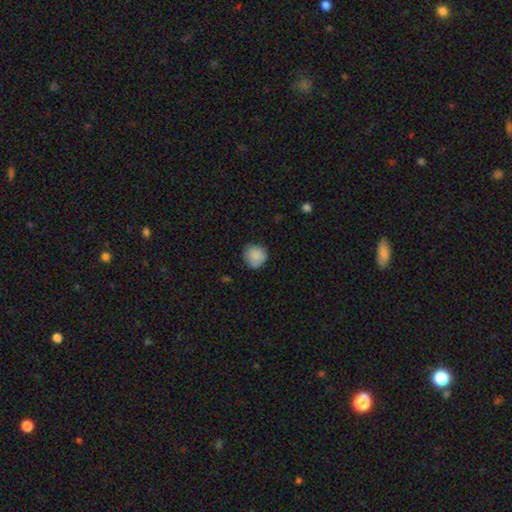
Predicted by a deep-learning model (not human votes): Smooth or featured?
  - smooth: 86% *
  - star or artifact: 8%
  - featured or disk: 6%
How rounded?
  - round: 85% *
  - in between: 14%
  - cigar-shaped: 1%
Merging?
  - none: 74% *
  - minor disturbance: 20%
  - major disturbance: 4%
  - merger: 1%